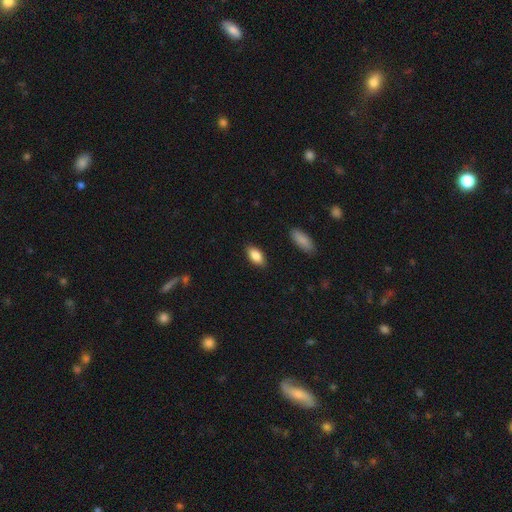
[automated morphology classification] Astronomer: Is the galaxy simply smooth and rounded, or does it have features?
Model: smooth — 85%.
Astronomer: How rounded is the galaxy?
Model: in between — 91%.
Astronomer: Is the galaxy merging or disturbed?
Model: none — 88%.